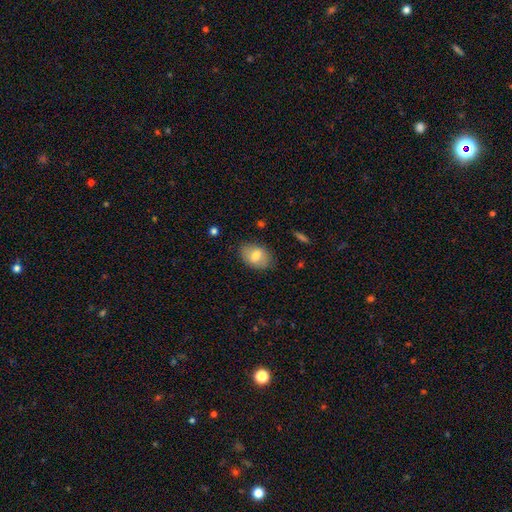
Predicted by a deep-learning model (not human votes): Smooth or featured: smooth — 73% (featured or disk — 19%)
How rounded: in between — 82% (round — 17%)
Merging: none — 81% (minor disturbance — 14%)